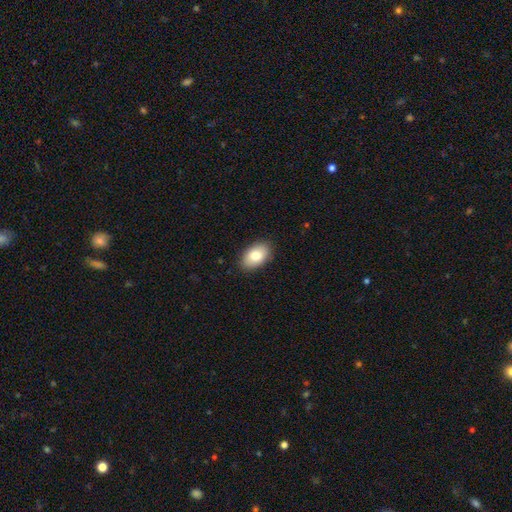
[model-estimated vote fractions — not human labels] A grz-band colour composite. It shows a smooth galaxy with no disk features (81%) that is in between round and cigar-shaped (91%). Merging: none (87%).